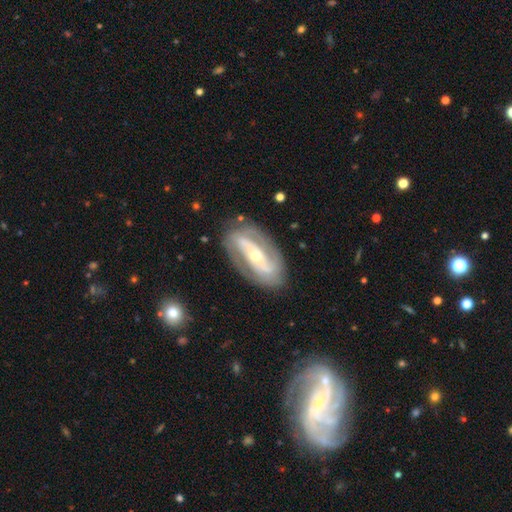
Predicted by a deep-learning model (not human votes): The model was most divided on "bulge size": small: 50%, moderate: 46%, large: 3%, dominant: 1%, none: 1%. Remaining: edge-on disk — no (92%); smooth or featured — featured or disk (82%); spiral arms — yes (81%); merging — none (80%); spiral arm count — 2 (78%); spiral winding — tight (46%); bar — strong (43%).